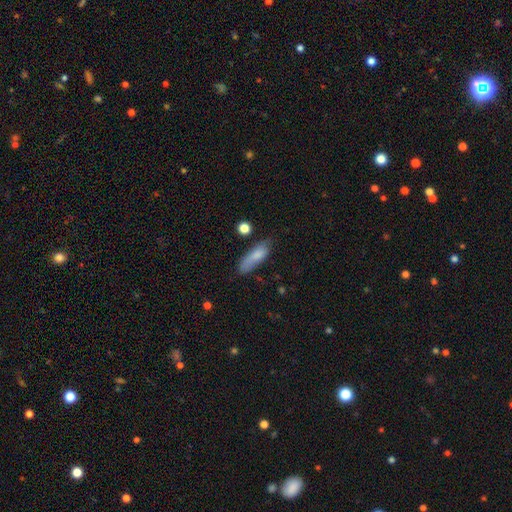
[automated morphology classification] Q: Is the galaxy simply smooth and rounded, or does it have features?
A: smooth — 79%.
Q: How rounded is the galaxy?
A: in between — 50%.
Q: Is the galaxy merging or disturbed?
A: none — 58%.